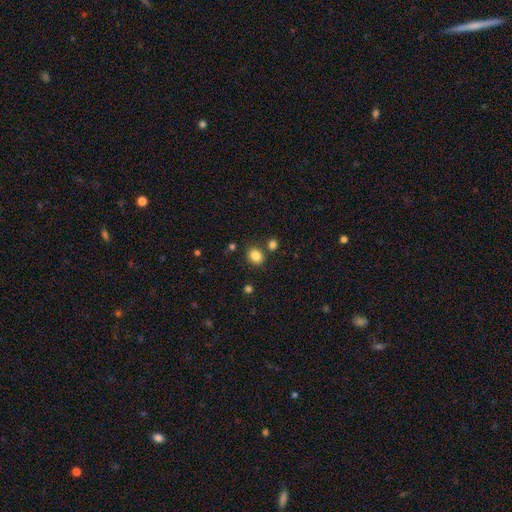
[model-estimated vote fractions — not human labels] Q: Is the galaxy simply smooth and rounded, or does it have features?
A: smooth — 84%.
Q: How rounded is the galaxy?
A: round — 60%.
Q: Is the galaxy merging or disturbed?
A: none — 78%.